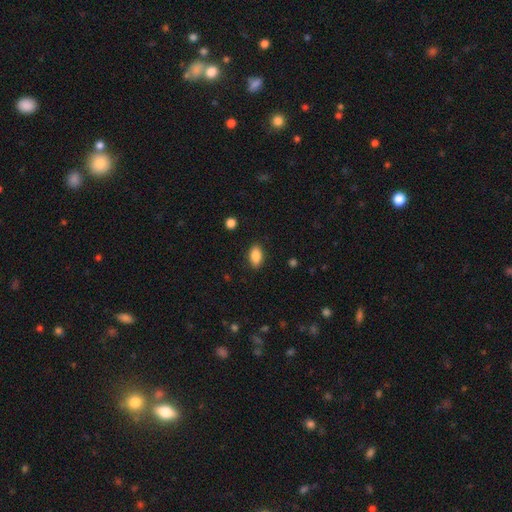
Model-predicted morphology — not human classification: A smooth galaxy with no disk features (87%) that is in between round and cigar-shaped (91%).

Vote fractions:
- Smooth or featured? smooth: 87% / star or artifact: 8% / featured or disk: 5%
- How rounded? in between: 91% / round: 6% / cigar-shaped: 4%
- Merging? none: 88% / minor disturbance: 9% / major disturbance: 2% / merger: 1%